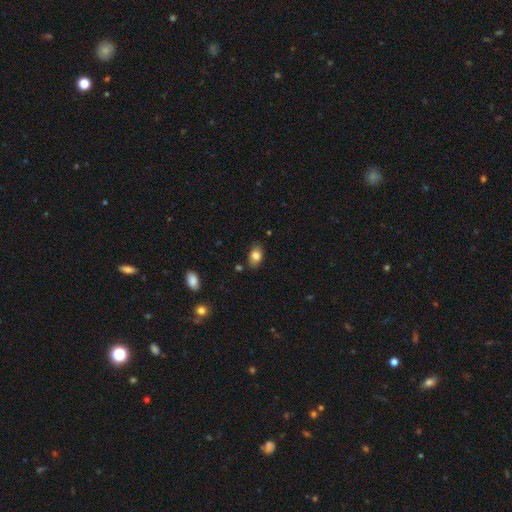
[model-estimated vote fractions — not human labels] Morphology: type=smooth (83%); roundness=in between (85%); merging=none (80%).